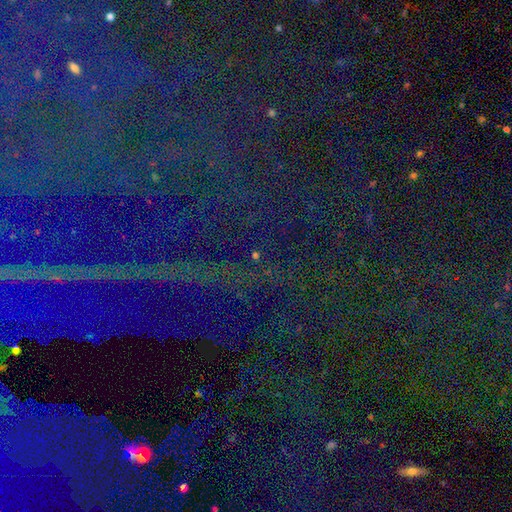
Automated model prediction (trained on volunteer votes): Smooth or featured? Predicted: star or artifact (p=0.80).